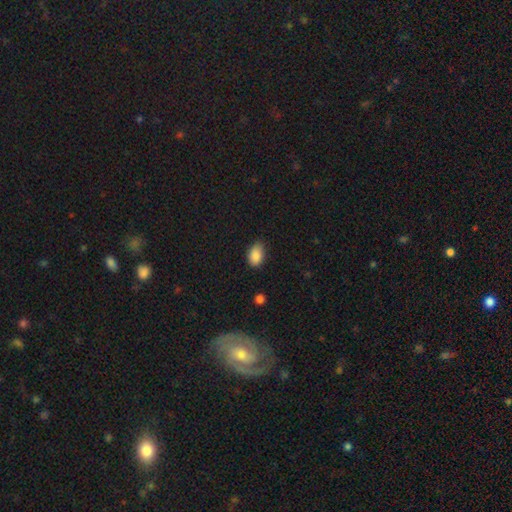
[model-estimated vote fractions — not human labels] The model was most divided on "merging": none: 72%, minor disturbance: 23%, major disturbance: 3%, merger: 1%. More confident: smooth or featured — smooth (87%); how rounded — in between (87%).